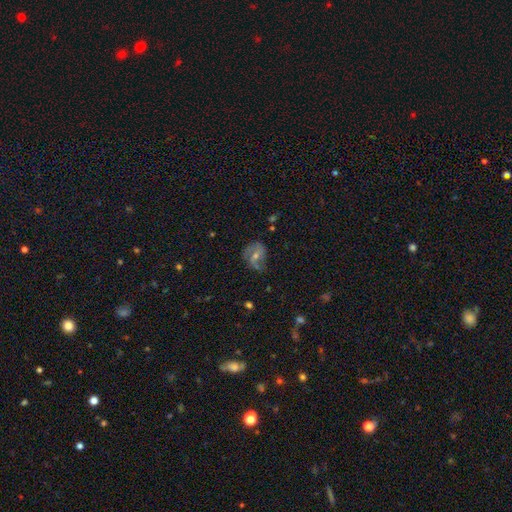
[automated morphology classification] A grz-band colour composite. It shows a featured or disk galaxy (63%) with no bar (46%), 2 (57%) medium (44%) spiral arms (83%) and a moderate central bulge (52%). Merging: none (64%).